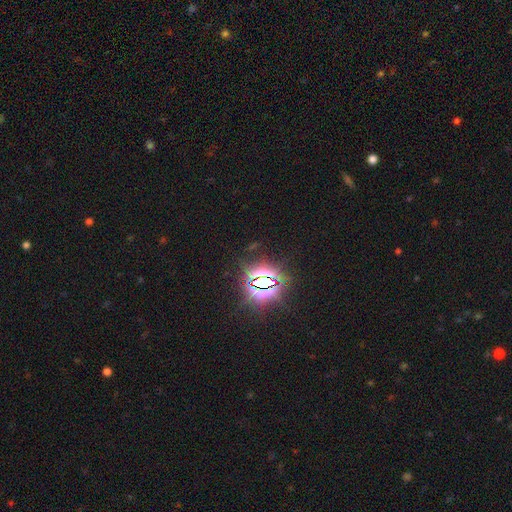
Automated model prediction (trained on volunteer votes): Q: Smooth or featured?
A: star or artifact (84%); runner-up: smooth (9%)